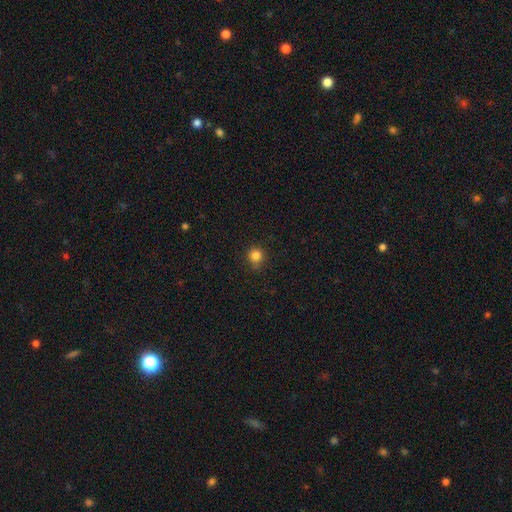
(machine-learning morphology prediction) This is clearly a smooth galaxy (84%). How rounded: clearly round (92%). Merging: clearly none (85%).